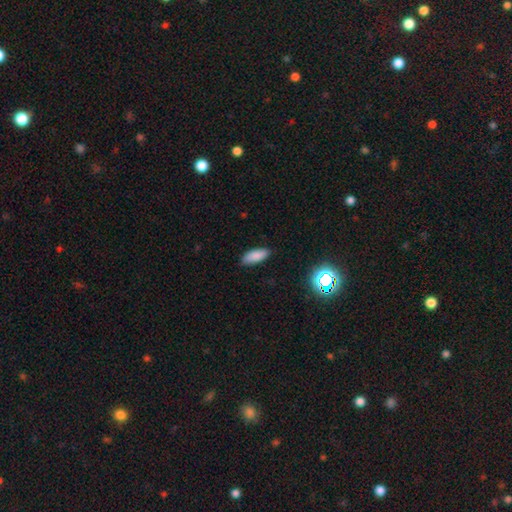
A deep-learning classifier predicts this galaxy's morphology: Smooth or featured: smooth — 84% (star or artifact — 10%)
How rounded: in between — 78% (cigar-shaped — 20%)
Merging: none — 85% (minor disturbance — 12%)